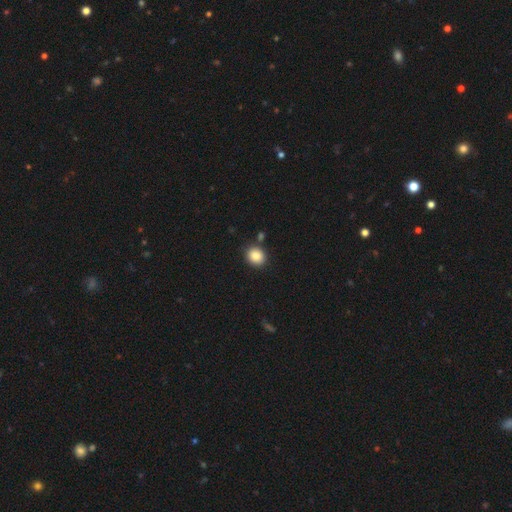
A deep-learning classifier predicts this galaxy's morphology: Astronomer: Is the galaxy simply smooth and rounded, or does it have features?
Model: smooth — 85%.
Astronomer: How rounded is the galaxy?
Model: round — 75%.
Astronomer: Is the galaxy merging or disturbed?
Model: none — 83%.